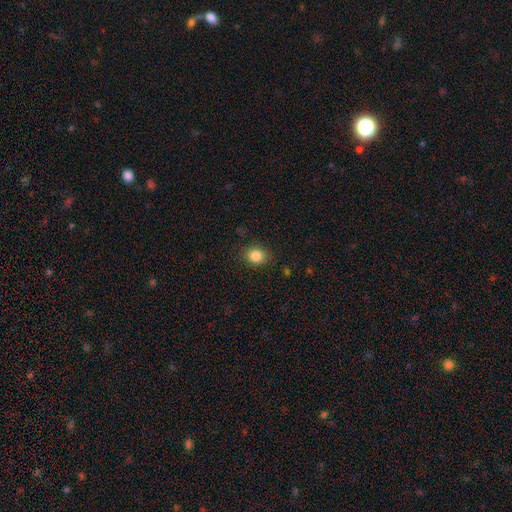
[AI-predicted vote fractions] The model was most divided on "how rounded": round: 62%, in between: 37%, cigar-shaped: 1%. More confident: merging — none (85%); smooth or featured — smooth (85%).